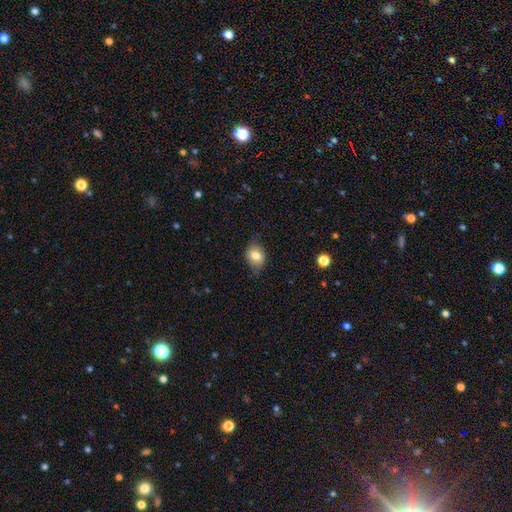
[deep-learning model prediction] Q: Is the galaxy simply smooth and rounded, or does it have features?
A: smooth — 76%.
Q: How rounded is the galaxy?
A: in between — 65%.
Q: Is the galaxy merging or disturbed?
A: none — 69%.